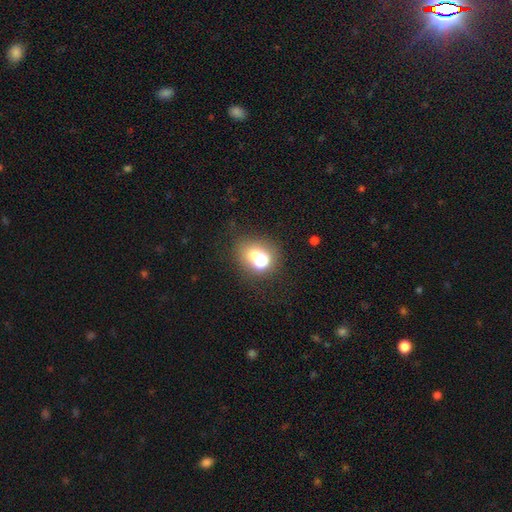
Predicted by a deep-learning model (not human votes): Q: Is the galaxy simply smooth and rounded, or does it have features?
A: smooth — 60%.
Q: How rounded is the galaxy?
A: round — 62%.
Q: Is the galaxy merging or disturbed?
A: none — 51%.